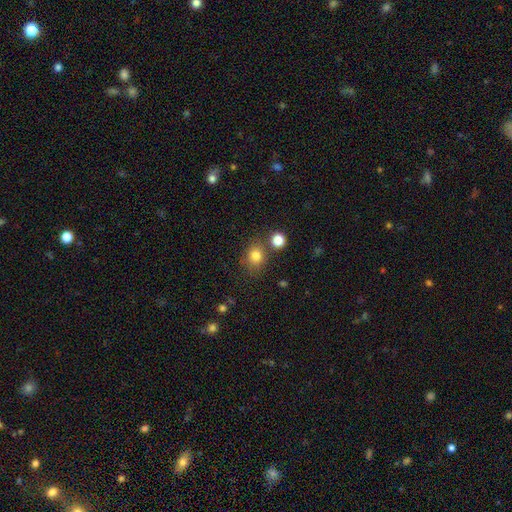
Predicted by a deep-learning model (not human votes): A smooth galaxy with no disk features (81%) that is round (68%).

Vote fractions:
- Smooth or featured? smooth: 81% / star or artifact: 12% / featured or disk: 7%
- How rounded? round: 68% / in between: 31% / cigar-shaped: 1%
- Merging? none: 72% / minor disturbance: 12% / merger: 12% / major disturbance: 4%